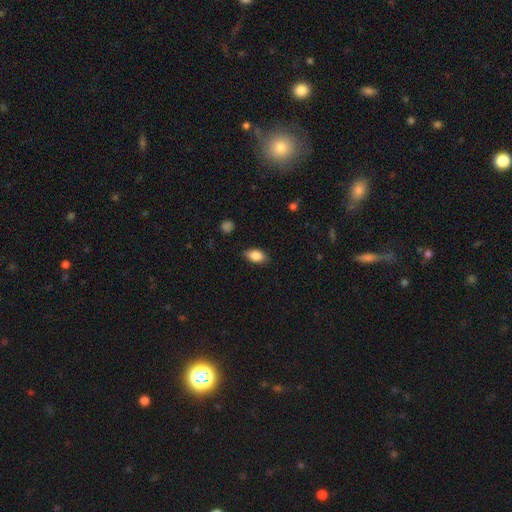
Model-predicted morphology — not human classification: This is clearly a smooth galaxy (84%). How rounded: clearly in between (89%). Merging: clearly none (84%).